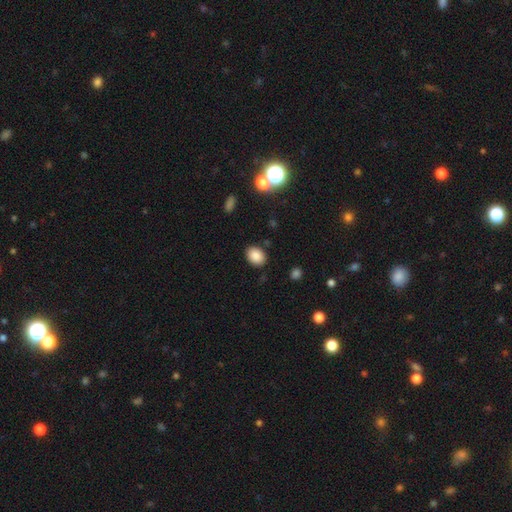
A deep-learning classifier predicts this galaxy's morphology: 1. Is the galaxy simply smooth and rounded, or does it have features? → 86% smooth, 9% star or artifact, 4% featured or disk.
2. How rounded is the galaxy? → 64% in between, 35% round, 1% cigar-shaped.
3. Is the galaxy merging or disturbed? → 87% none, 9% minor disturbance, 3% major disturbance, 2% merger.